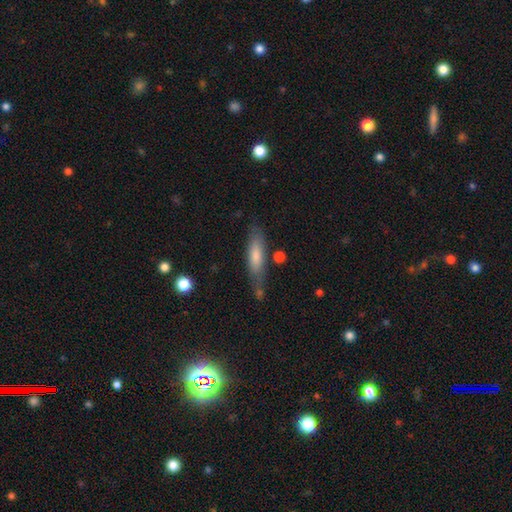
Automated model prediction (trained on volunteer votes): Smooth or featured: smooth — 65% (featured or disk — 28%)
How rounded: cigar-shaped — 72% (in between — 27%)
Merging: none — 70% (minor disturbance — 19%)